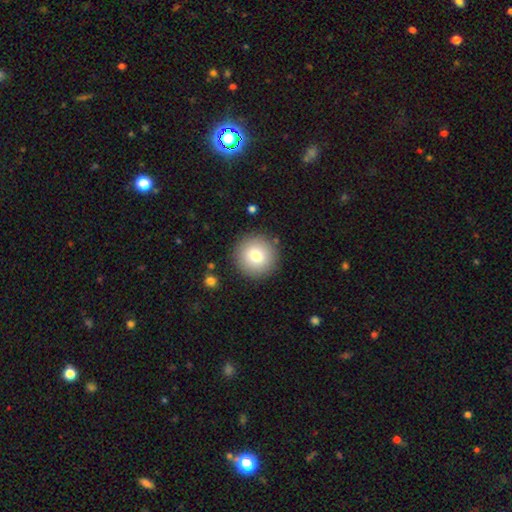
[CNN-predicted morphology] Q: Smooth or featured?
A: smooth (79%); runner-up: featured or disk (12%)
Q: How rounded?
A: round (96%); runner-up: in between (3%)
Q: Merging?
A: none (89%); runner-up: minor disturbance (7%)